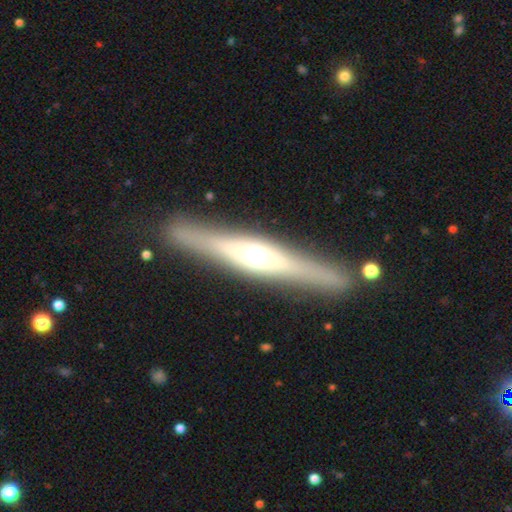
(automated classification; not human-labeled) Smooth or featured?
  - featured or disk: 71% *
  - smooth: 23%
  - star or artifact: 6%
Edge-on disk?
  - yes: 93% *
  - no: 7%
Edge-on bulge?
  - rounded: 88% *
  - boxy: 8%
  - none: 5%
Merging?
  - none: 87% *
  - minor disturbance: 8%
  - major disturbance: 2%
  - merger: 2%